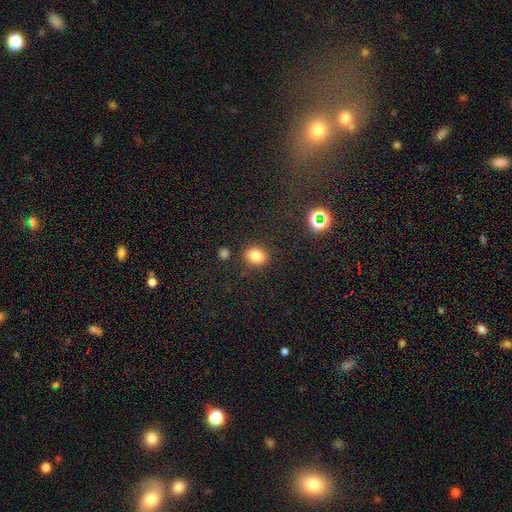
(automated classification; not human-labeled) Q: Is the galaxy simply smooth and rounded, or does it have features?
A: smooth — 82%.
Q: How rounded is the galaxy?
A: round — 57%.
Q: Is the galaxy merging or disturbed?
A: none — 83%.